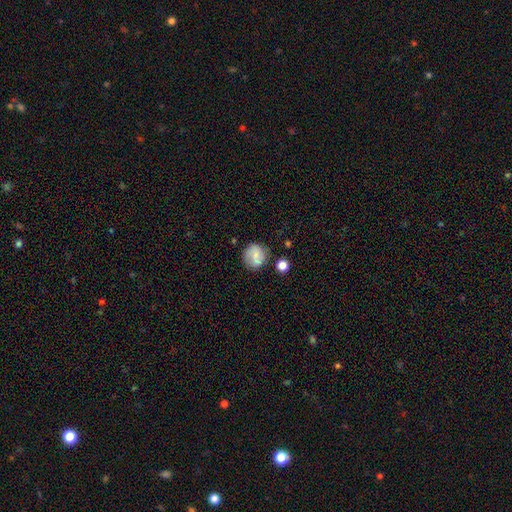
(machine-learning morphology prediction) smooth_or_featured: smooth (p=0.63) [alt: featured or disk p=0.28]
how_rounded: round (p=0.84) [alt: in between p=0.14]
merging: none (p=0.69) [alt: minor disturbance p=0.17]